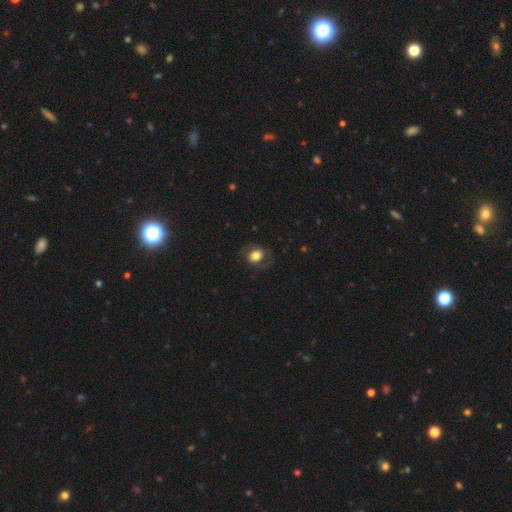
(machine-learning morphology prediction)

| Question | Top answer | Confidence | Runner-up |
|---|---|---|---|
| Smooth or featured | smooth | 73% | featured or disk (18%) |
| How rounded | in between | 58% | round (41%) |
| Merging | none | 75% | minor disturbance (15%) |